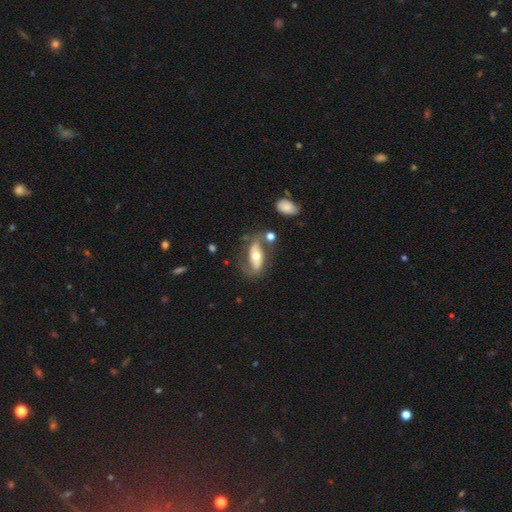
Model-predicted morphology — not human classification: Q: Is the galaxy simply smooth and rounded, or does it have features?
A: featured or disk — 61%.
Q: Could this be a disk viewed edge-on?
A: no — 79%.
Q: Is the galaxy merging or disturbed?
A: none — 55%.